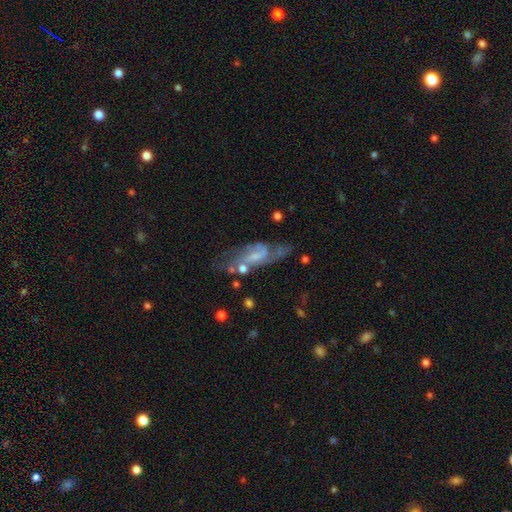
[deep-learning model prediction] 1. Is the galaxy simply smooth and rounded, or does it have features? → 76% featured or disk, 16% smooth, 8% star or artifact.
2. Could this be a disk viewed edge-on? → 91% no, 9% yes.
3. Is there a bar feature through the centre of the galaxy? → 50% weak, 33% no, 17% strong.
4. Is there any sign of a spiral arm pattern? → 88% yes, 12% no.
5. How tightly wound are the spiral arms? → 48% medium, 32% loose, 20% tight.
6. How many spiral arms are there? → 74% 2, 14% can't tell, 5% 1, 5% 3, 2% 4, 2% more than 4.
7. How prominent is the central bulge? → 46% small, 28% moderate, 20% none, 4% large, 1% dominant.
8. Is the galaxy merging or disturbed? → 47% none, 23% minor disturbance, 21% major disturbance, 10% merger.